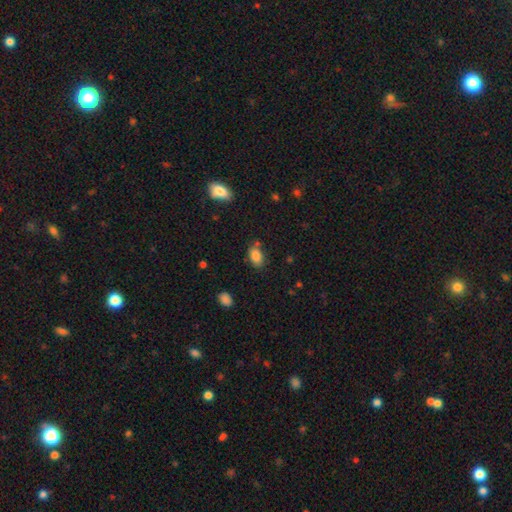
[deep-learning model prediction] Q: Smooth or featured?
A: smooth (85%); runner-up: star or artifact (9%)
Q: How rounded?
A: in between (89%); runner-up: round (9%)
Q: Merging?
A: none (73%); runner-up: minor disturbance (16%)